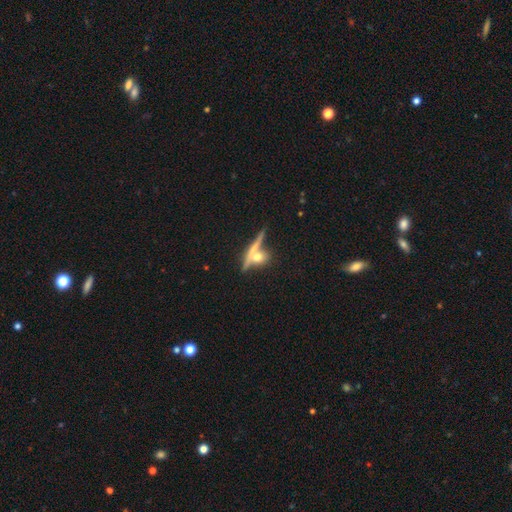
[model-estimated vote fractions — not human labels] Q: Smooth or featured?
A: smooth (50%); runner-up: featured or disk (39%)
Q: Merging?
A: none (49%); runner-up: merger (34%)